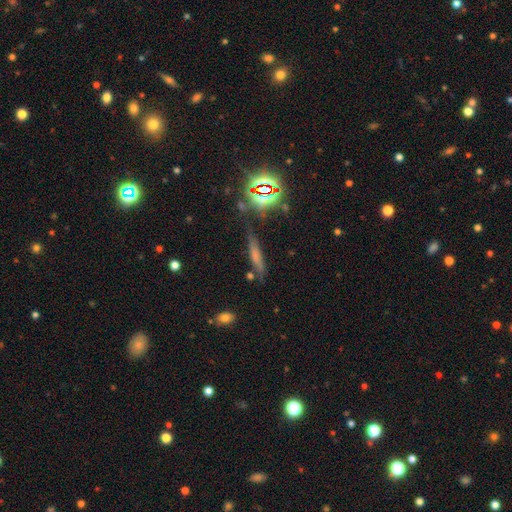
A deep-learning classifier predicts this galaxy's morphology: A smooth galaxy with no disk features (52%) that is cigar-shaped (86%).

Vote fractions:
- Smooth or featured? smooth: 52% / featured or disk: 25% / star or artifact: 23%
- How rounded? cigar-shaped: 86% / in between: 10% / round: 4%
- Merging? none: 72% / minor disturbance: 17% / merger: 6% / major disturbance: 6%